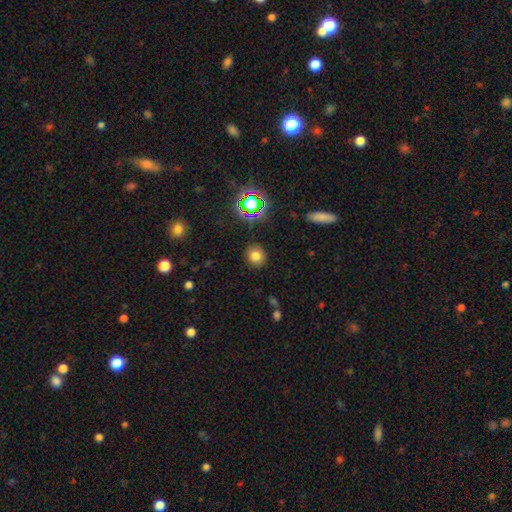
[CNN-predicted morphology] Smooth or featured: smooth — 75% (star or artifact — 18%)
How rounded: round — 82% (in between — 17%)
Merging: none — 88% (minor disturbance — 8%)